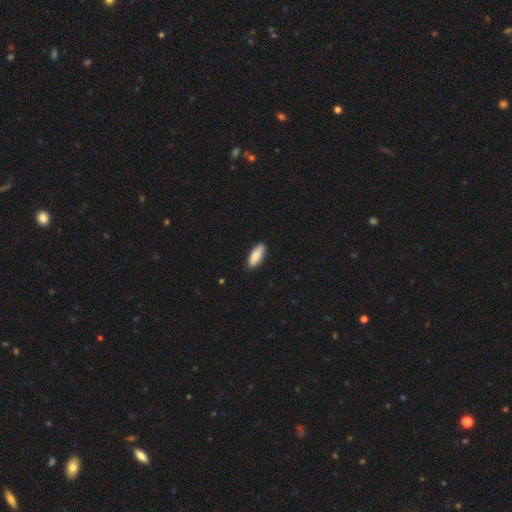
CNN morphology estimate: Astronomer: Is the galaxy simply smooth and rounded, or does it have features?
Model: smooth — 87%.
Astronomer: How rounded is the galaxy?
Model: in between — 72%.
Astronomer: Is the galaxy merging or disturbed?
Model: none — 87%.